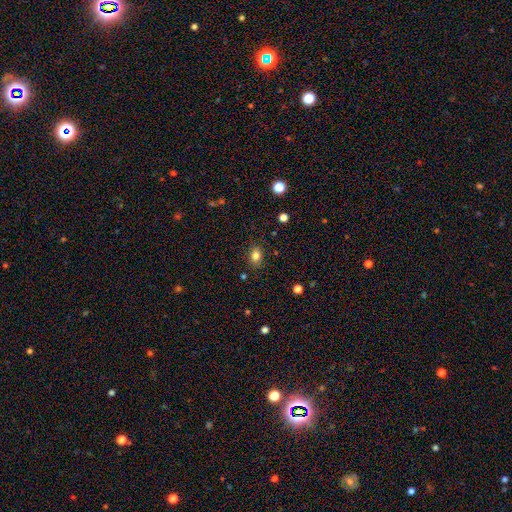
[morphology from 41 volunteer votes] This is clearly a smooth galaxy (83%). How rounded: likely in between (71%). Merging: clearly none (92%).